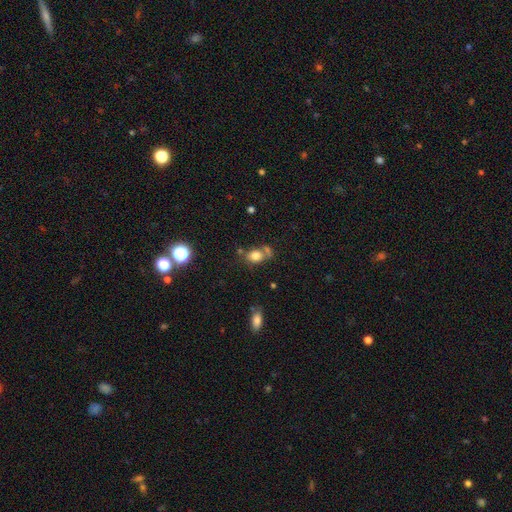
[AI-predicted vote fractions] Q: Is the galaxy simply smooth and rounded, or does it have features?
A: smooth — 78%.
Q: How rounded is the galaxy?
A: in between — 60%.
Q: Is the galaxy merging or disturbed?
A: none — 52%.